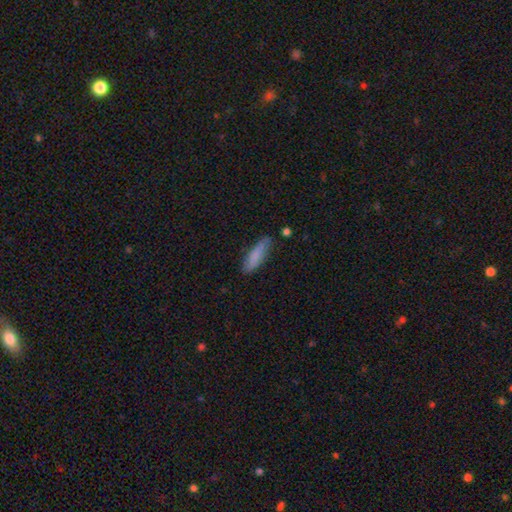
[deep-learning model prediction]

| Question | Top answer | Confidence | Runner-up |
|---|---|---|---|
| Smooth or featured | smooth | 80% | featured or disk (14%) |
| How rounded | cigar-shaped | 68% | in between (30%) |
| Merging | none | 74% | minor disturbance (20%) |